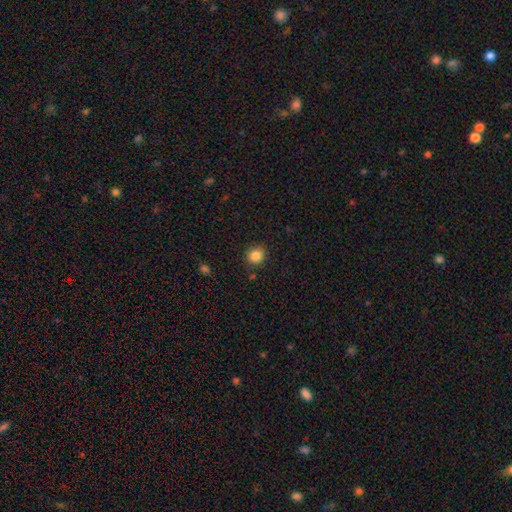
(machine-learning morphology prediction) Smooth or featured?
  - smooth: 85% *
  - star or artifact: 11%
  - featured or disk: 4%
How rounded?
  - round: 85% *
  - in between: 15%
  - cigar-shaped: 1%
Merging?
  - none: 86% *
  - minor disturbance: 9%
  - major disturbance: 3%
  - merger: 2%